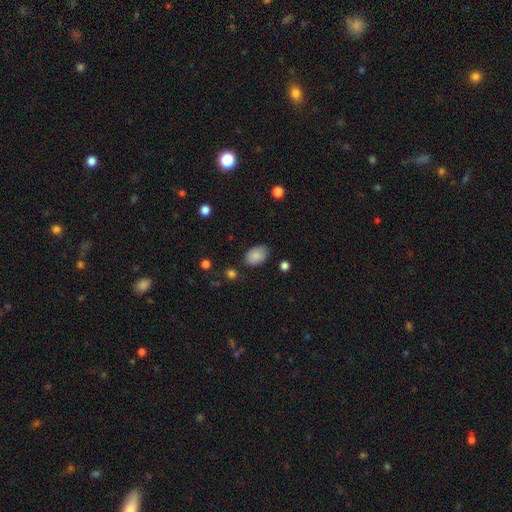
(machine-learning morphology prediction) This appears to be a smooth galaxy with no disk features (86%) that is in between round and cigar-shaped (87%). Merging: none (77%).